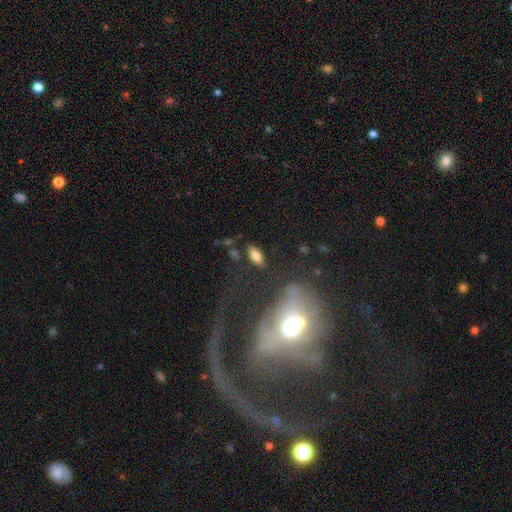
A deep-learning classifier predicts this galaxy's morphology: smooth_or_featured: smooth (p=0.78) [alt: featured or disk p=0.12]
how_rounded: in between (p=0.84) [alt: cigar-shaped p=0.13]
merging: none (p=0.81) [alt: minor disturbance p=0.12]